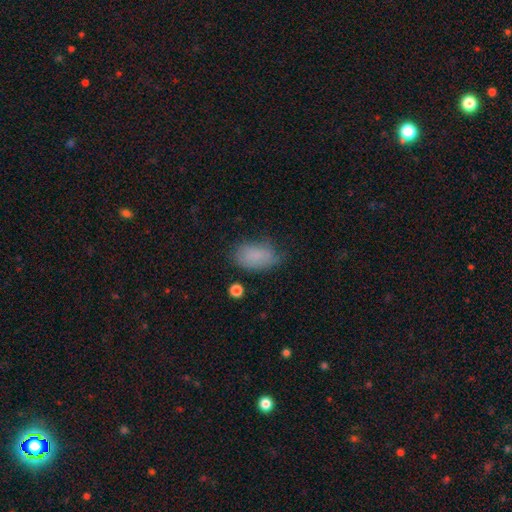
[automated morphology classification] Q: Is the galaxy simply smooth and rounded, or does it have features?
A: smooth — 82%.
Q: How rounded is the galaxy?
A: in between — 90%.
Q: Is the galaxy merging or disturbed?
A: none — 61%.